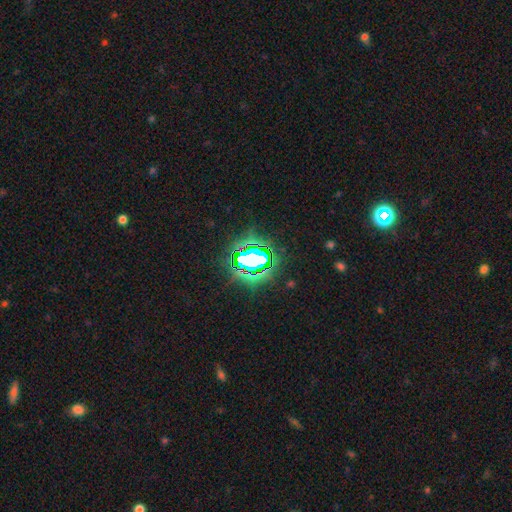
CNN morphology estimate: Smooth or featured? star or artifact (74%)